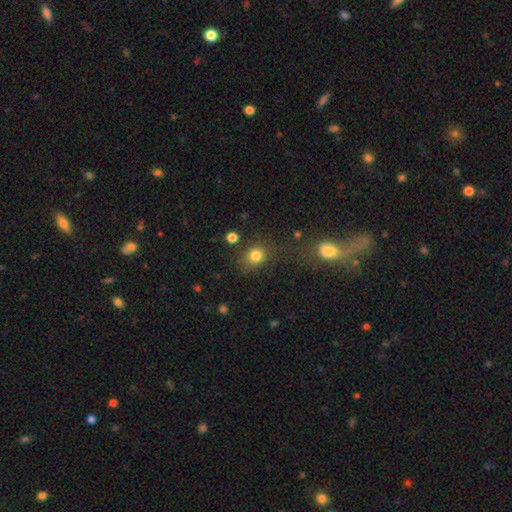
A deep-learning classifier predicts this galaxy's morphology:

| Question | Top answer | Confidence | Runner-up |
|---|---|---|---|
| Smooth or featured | smooth | 80% | star or artifact (13%) |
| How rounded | round | 64% | in between (35%) |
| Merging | none | 66% | minor disturbance (16%) |